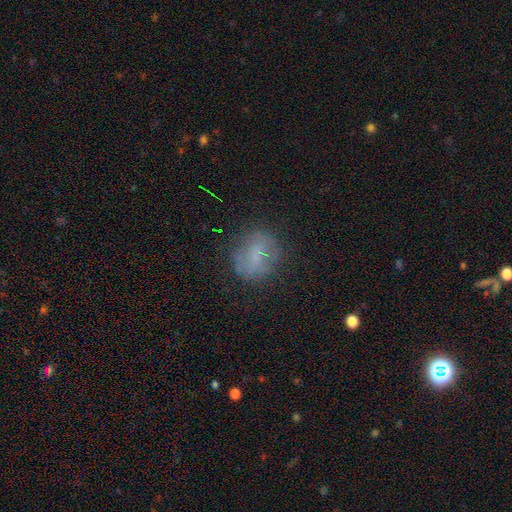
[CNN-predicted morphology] Smooth or featured? smooth (63%)
How rounded? round (62%)
Merging? none (72%)